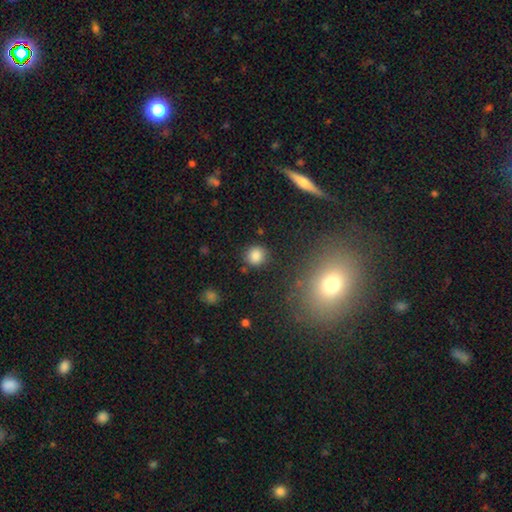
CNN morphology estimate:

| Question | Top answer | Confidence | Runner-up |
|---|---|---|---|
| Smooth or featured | smooth | 84% | star or artifact (11%) |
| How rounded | round | 87% | in between (12%) |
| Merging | none | 85% | minor disturbance (9%) |